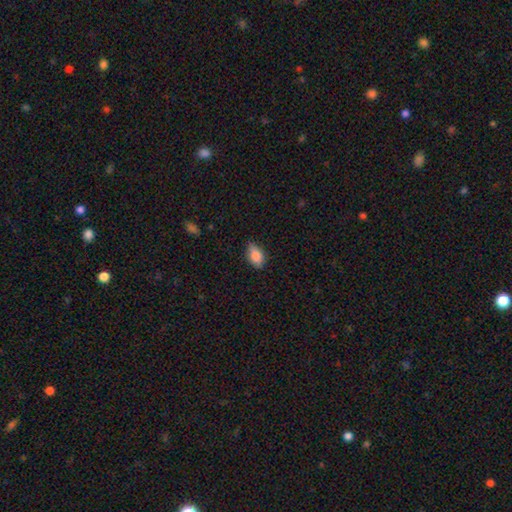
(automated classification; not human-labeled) Overall: smooth (78%). How rounded: in between (86%). Merging: none (72%).